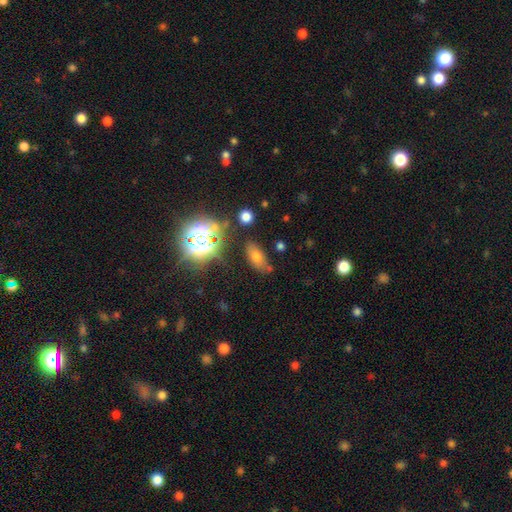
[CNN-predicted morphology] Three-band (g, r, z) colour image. It shows a smooth galaxy with no disk features (61%) that is in between round and cigar-shaped (81%). Merging: none (73%).